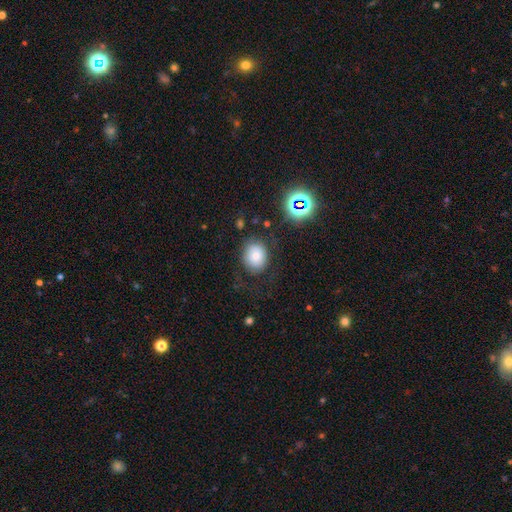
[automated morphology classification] A smooth galaxy with no disk features (74%) that is round (56%). Merging: none (73%).